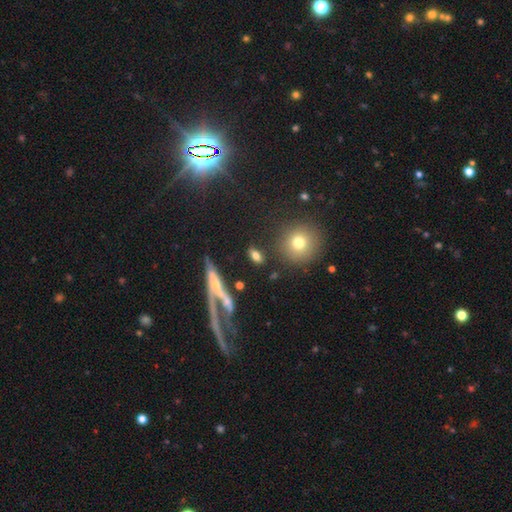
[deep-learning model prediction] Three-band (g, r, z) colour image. It shows a smooth galaxy with no disk features (70%) that is in between round and cigar-shaped (69%). Merging: none (74%).